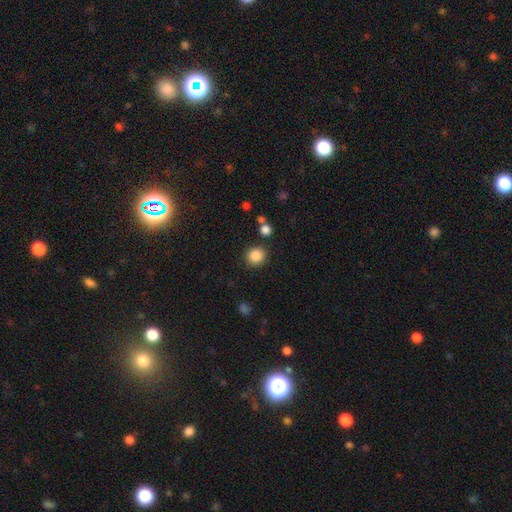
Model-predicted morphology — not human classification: The model was most divided on "how rounded": round: 87%, in between: 12%, cigar-shaped: 1%. More confident: smooth or featured — smooth (86%); merging — none (85%).